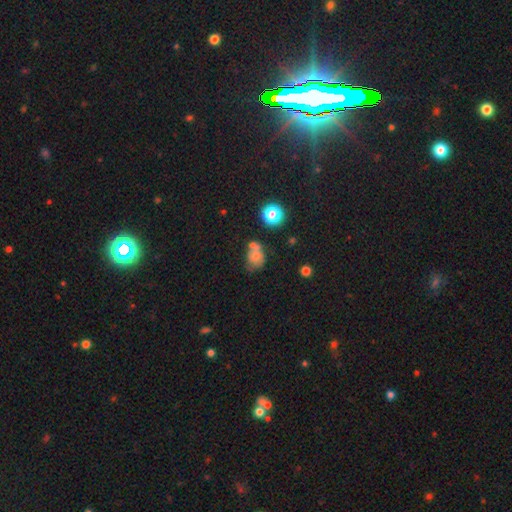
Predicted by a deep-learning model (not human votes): Smooth or featured? Predicted: smooth (p=0.61). How rounded? Predicted: in between (p=0.56). Merging? Predicted: none (p=0.31).